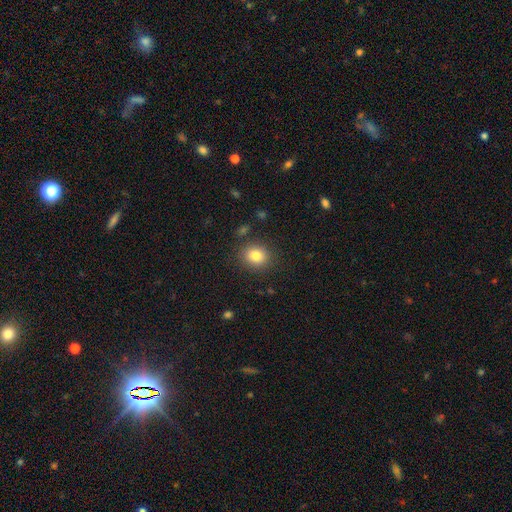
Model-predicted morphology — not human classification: Smooth or featured? Predicted: smooth (p=0.81). How rounded? Predicted: round (p=0.71). Merging? Predicted: none (p=0.87).